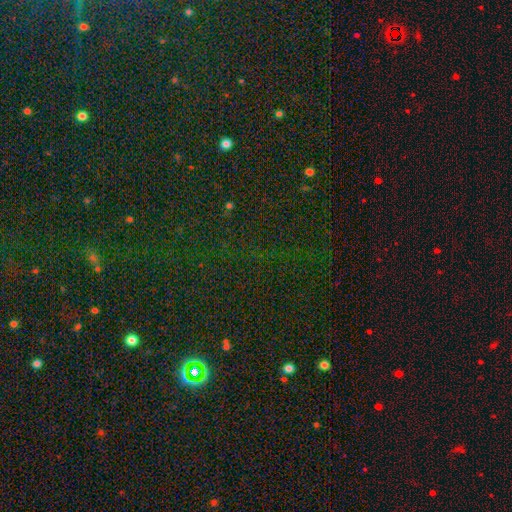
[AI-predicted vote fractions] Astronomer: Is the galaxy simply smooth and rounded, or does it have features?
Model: star or artifact — 77%.